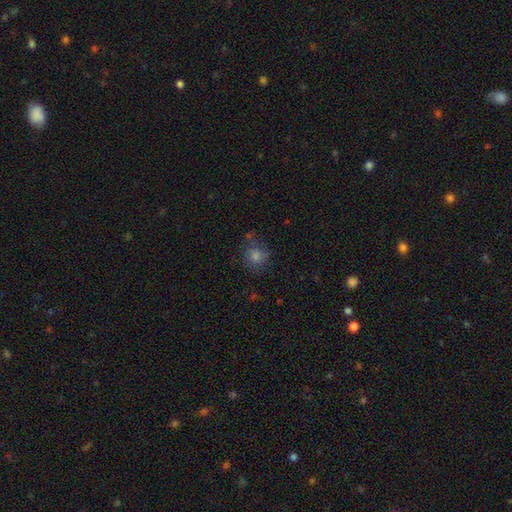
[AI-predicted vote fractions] Overall: smooth (71%). How rounded: round (83%). Merging: none (69%).